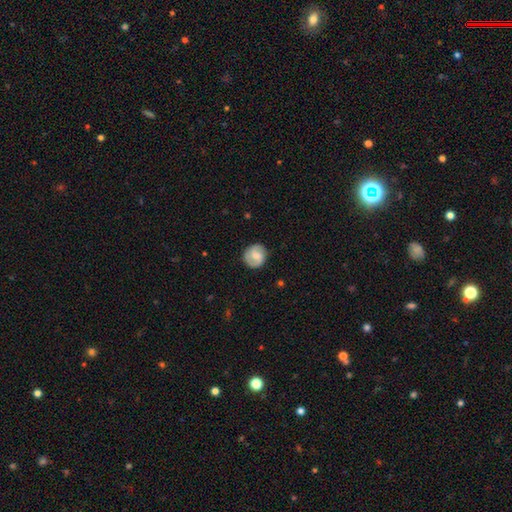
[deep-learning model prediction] Smooth or featured? Predicted: smooth (p=0.52). How rounded? Predicted: round (p=0.87). Merging? Predicted: none (p=0.83).